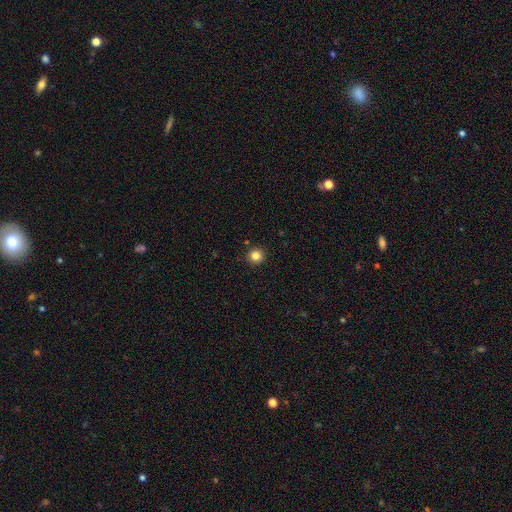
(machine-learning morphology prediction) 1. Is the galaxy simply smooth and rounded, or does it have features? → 84% smooth, 12% star or artifact, 4% featured or disk.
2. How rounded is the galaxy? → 95% round, 4% in between, 1% cigar-shaped.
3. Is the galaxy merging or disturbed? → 92% none, 5% minor disturbance, 2% major disturbance, 2% merger.